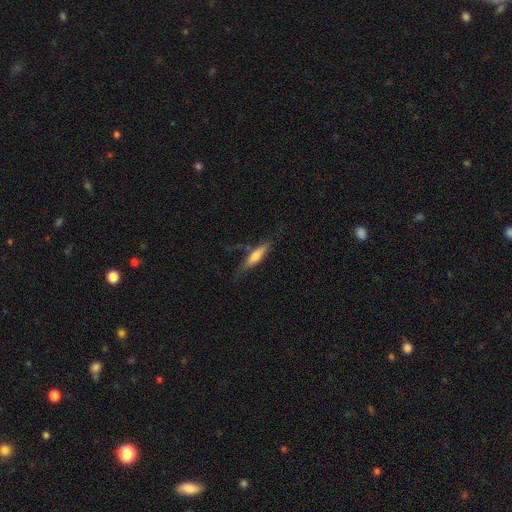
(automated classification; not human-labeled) A smooth galaxy with no disk features (53%) that is cigar-shaped (76%).

Vote fractions:
- Smooth or featured? smooth: 53% / featured or disk: 41% / star or artifact: 6%
- How rounded? cigar-shaped: 76% / in between: 22% / round: 2%
- Merging? none: 62% / minor disturbance: 24% / major disturbance: 9% / merger: 4%